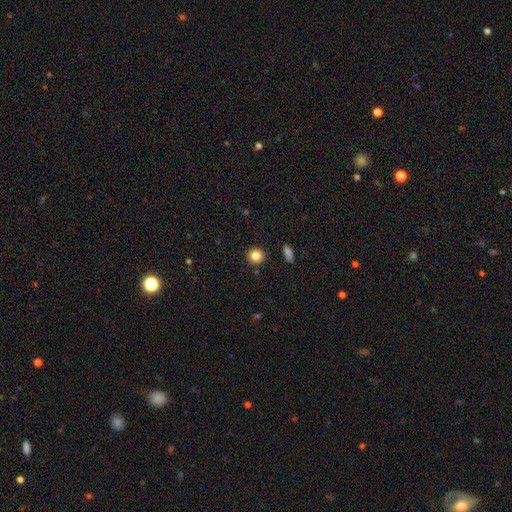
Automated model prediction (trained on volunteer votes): smooth-or-featured: smooth: 84% | star or artifact: 10% | featured or disk: 6%
  how-rounded: round: 92% | in between: 7% | cigar-shaped: 1%
  merging: none: 91% | minor disturbance: 5% | merger: 2% | major disturbance: 2%